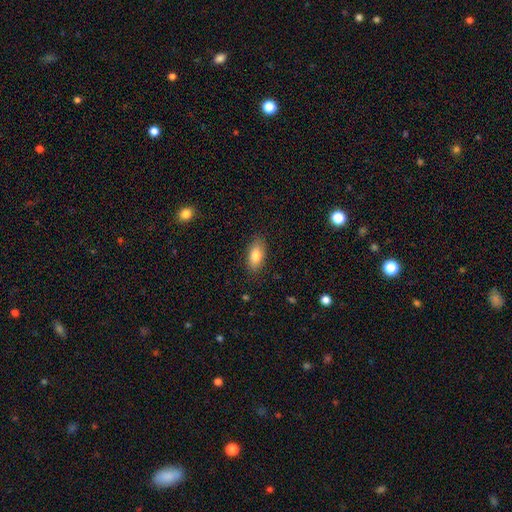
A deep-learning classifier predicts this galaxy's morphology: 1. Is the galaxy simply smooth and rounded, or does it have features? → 81% smooth, 11% featured or disk, 7% star or artifact.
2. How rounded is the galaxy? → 89% in between, 7% cigar-shaped, 4% round.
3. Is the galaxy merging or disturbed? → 86% none, 11% minor disturbance, 3% major disturbance, 1% merger.